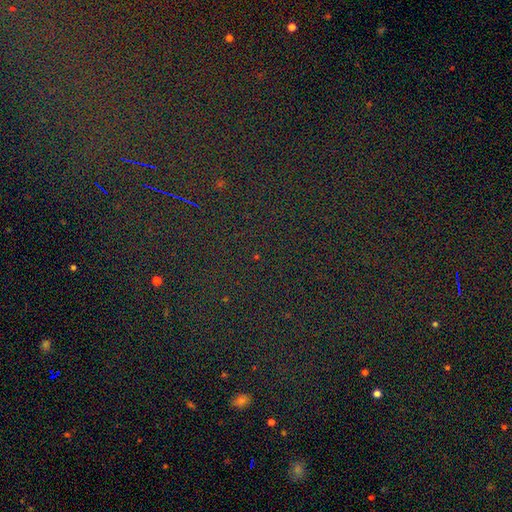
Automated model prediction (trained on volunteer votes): A star or artifact, not a galaxy (80%).